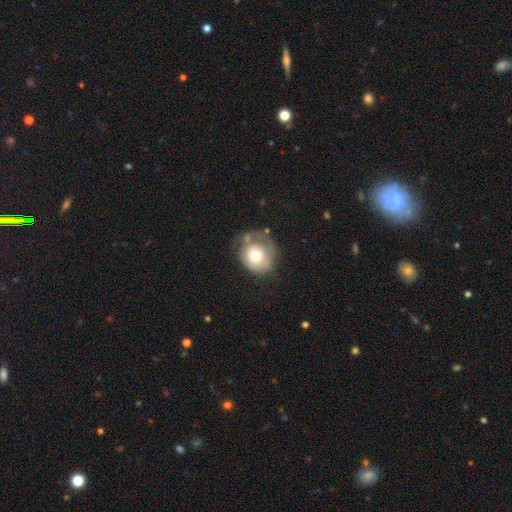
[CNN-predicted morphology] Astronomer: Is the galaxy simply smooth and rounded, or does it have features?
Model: smooth — 65%.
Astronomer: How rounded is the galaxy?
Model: round — 75%.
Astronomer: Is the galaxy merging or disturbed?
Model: none — 38% (runner-up: minor disturbance, 31%).